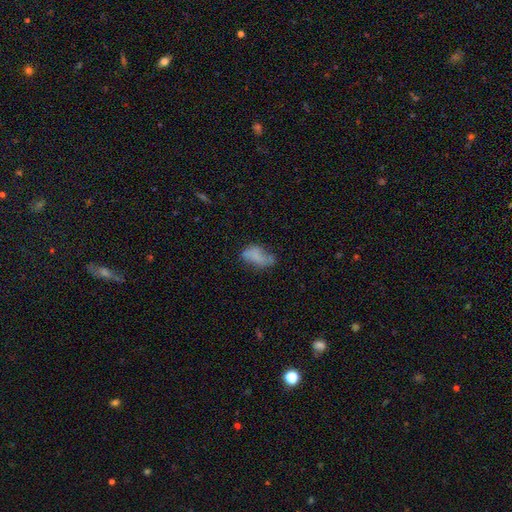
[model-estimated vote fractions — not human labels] Smooth or featured? smooth (61%)
How rounded? in between (89%)
Merging? none (39%)